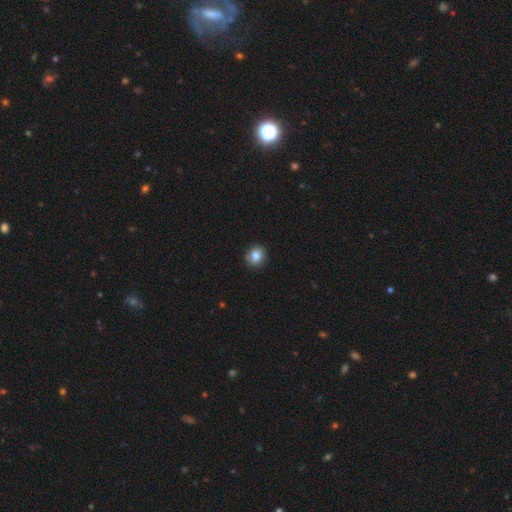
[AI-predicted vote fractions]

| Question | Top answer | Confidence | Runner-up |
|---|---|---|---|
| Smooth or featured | smooth | 84% | star or artifact (9%) |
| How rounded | round | 82% | in between (17%) |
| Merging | none | 88% | minor disturbance (9%) |